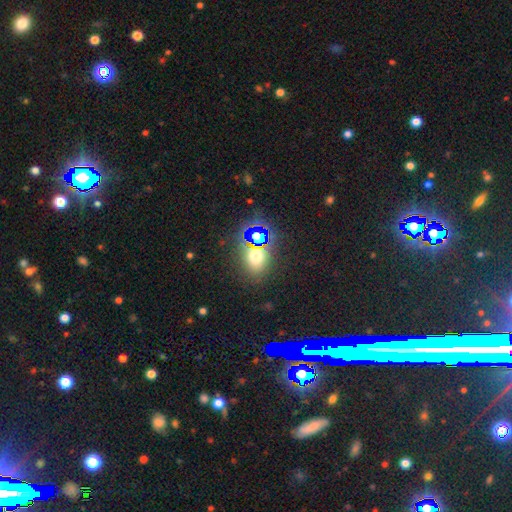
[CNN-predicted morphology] smooth-or-featured: smooth: 50% | star or artifact: 41% | featured or disk: 9%
  merging: none: 72% | merger: 11% | minor disturbance: 11% | major disturbance: 5%